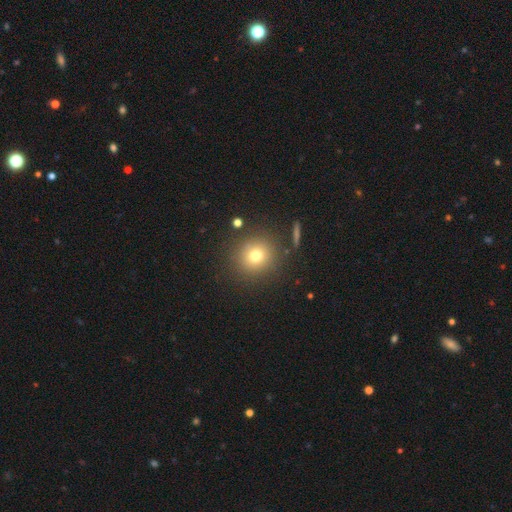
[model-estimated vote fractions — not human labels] This appears to be a smooth galaxy with no disk features (74%) that is round (91%). Merging: none (86%).